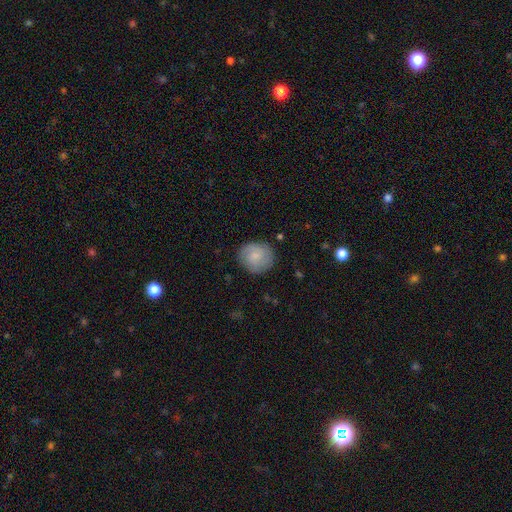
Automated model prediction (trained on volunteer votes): Overall: smooth (66%; featured or disk 27%). How rounded: round (82%). Merging: none (82%).